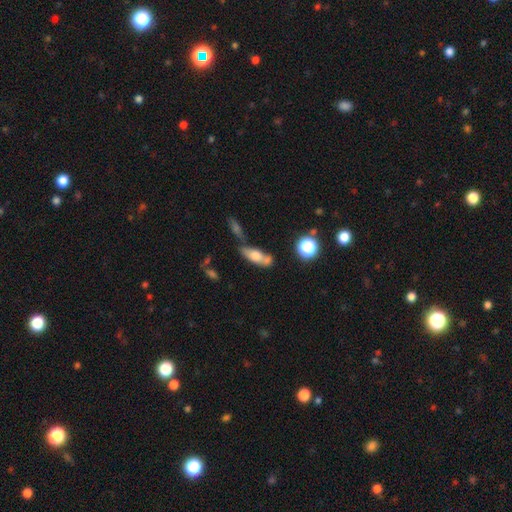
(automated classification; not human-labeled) Smooth or featured: smooth — 62% (featured or disk — 27%)
How rounded: in between — 67% (cigar-shaped — 27%)
Merging: none — 37% (merger — 35%)